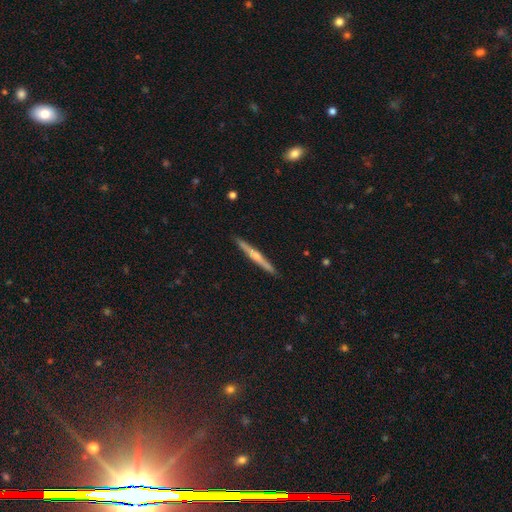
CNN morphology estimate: This appears to be a featured or disk galaxy (61%) viewed edge-on (98%) with a rounded central bulge (67%). Merging: none (91%).